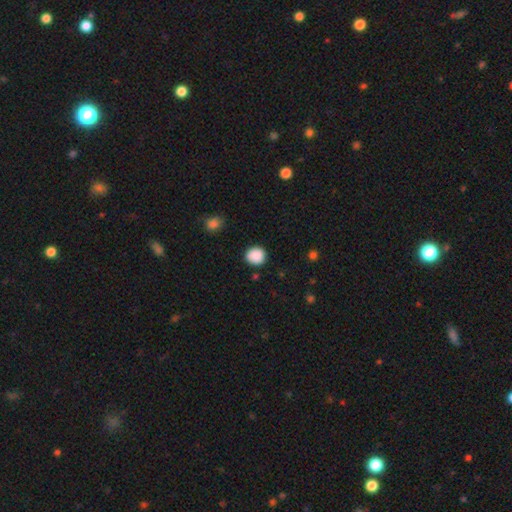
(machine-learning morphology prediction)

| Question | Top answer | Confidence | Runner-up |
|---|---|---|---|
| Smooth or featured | smooth | 89% | star or artifact (8%) |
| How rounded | round | 86% | in between (13%) |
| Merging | none | 86% | minor disturbance (10%) |